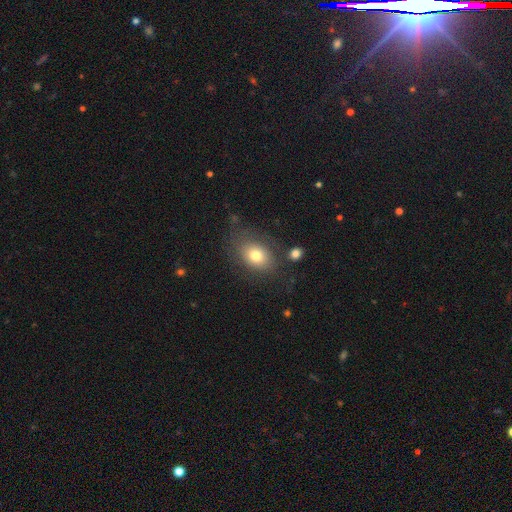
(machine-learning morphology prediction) type=smooth (75%); roundness=in between (70%); merging=none (70%).